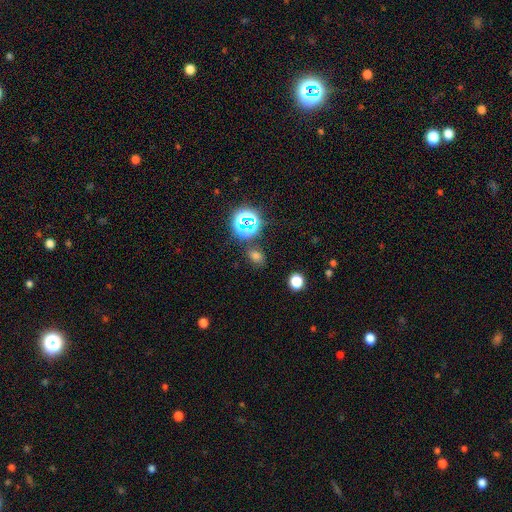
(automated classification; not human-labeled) This appears to be a smooth galaxy with no disk features (61%) that is in between round and cigar-shaped (61%). Merging: none (79%).